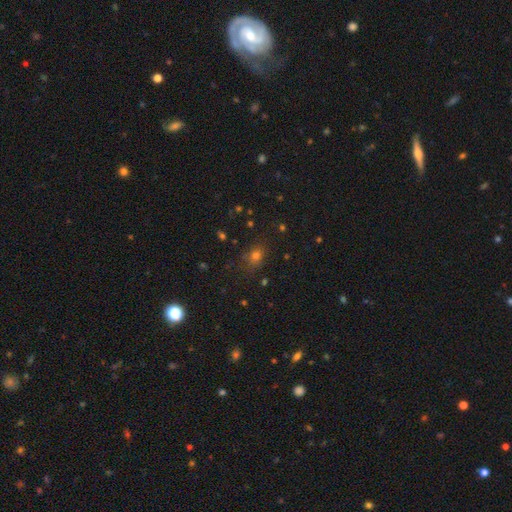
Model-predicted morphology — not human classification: This appears to be a smooth galaxy with no disk features (67%) that is round (56%). Merging: none (79%).